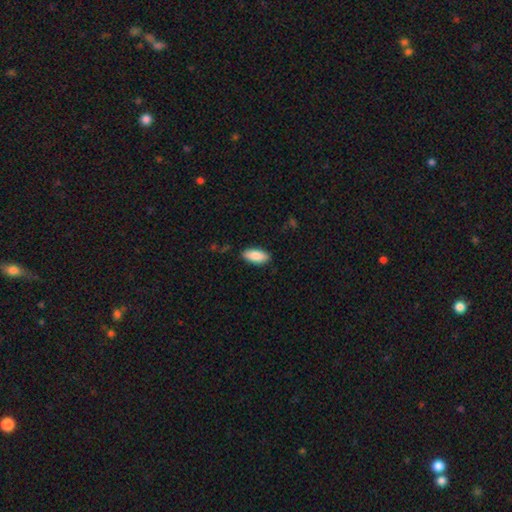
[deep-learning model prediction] Smooth or featured: smooth — 87% (featured or disk — 7%)
How rounded: in between — 88% (cigar-shaped — 10%)
Merging: none — 87% (minor disturbance — 9%)